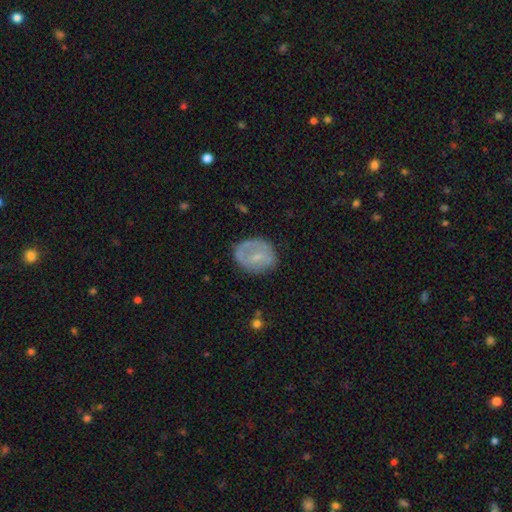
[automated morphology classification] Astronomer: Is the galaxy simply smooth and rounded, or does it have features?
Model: featured or disk — 46% (runner-up: smooth, 45%).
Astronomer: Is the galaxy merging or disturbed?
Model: none — 67%.